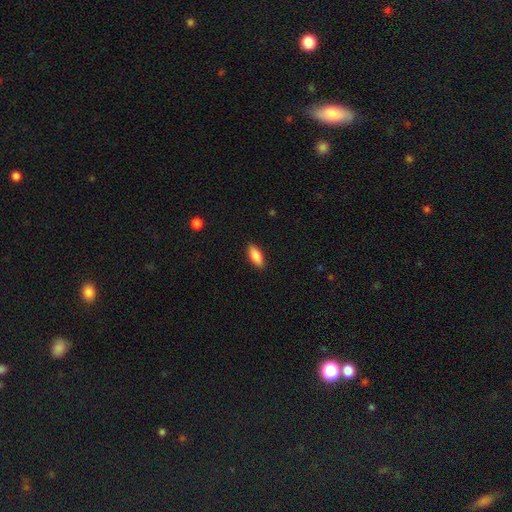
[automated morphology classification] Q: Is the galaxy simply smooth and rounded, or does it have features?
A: smooth — 84%.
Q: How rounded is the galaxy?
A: in between — 75%.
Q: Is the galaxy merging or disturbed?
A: none — 88%.